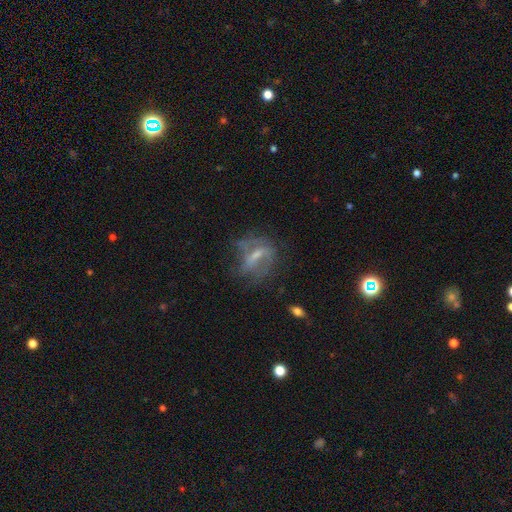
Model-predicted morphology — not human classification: The model was most divided on "spiral arms": yes: 54%, no: 46%. Remaining: edge-on disk — no (91%); smooth or featured — featured or disk (63%); merging — none (47%); bulge size — small (44%); bar — weak (43%).